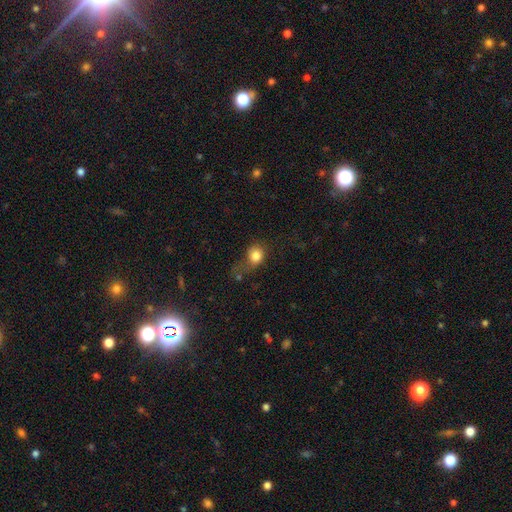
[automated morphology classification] smooth 81%, star or artifact 10%, featured or disk 9%. Down the decision tree: how rounded — round (68%); merging — none (36%).